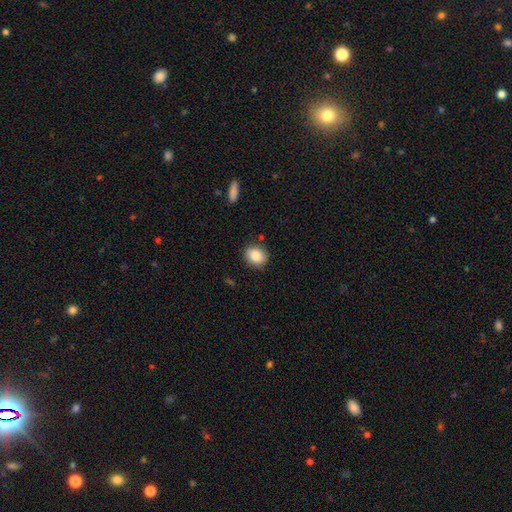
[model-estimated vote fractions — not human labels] smooth-or-featured: smooth: 87% | star or artifact: 8% | featured or disk: 5%
  how-rounded: in between: 51% | round: 48% | cigar-shaped: 1%
  merging: none: 83% | minor disturbance: 12% | major disturbance: 3% | merger: 2%